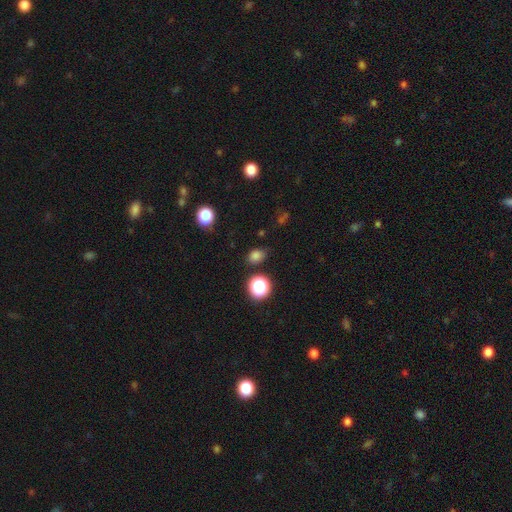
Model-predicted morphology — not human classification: Smooth or featured? smooth (78%)
How rounded? in between (56%)
Merging? none (78%)